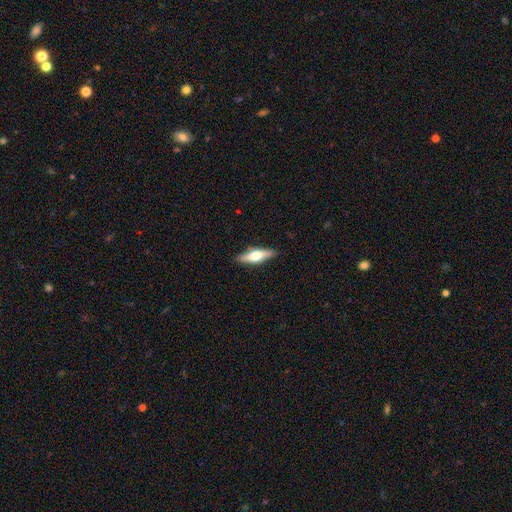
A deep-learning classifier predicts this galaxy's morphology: The model was most divided on "smooth or featured": featured or disk: 50%, smooth: 44%, star or artifact: 6%. More confident: merging — none (87%).